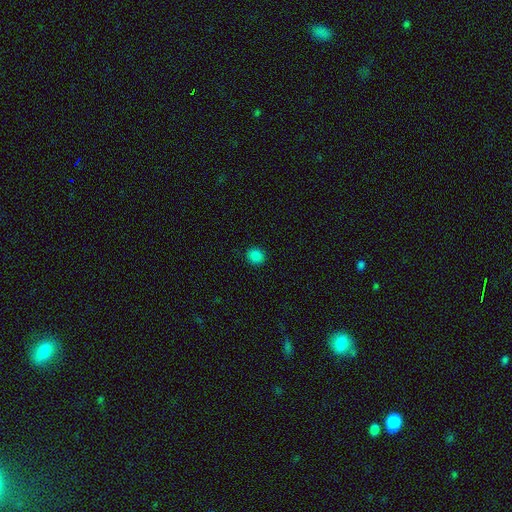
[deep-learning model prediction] smooth-or-featured: smooth: 84% | star or artifact: 13% | featured or disk: 3%
  how-rounded: round: 89% | in between: 10% | cigar-shaped: 1%
  merging: none: 92% | minor disturbance: 6% | major disturbance: 2% | merger: 1%